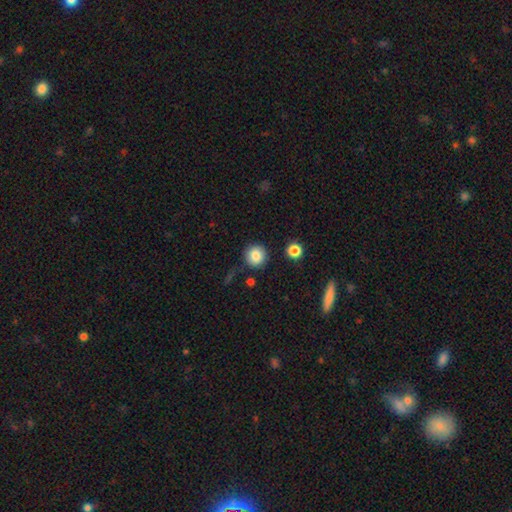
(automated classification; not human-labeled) Overall: smooth (84%). How rounded: round (93%). Merging: none (86%).